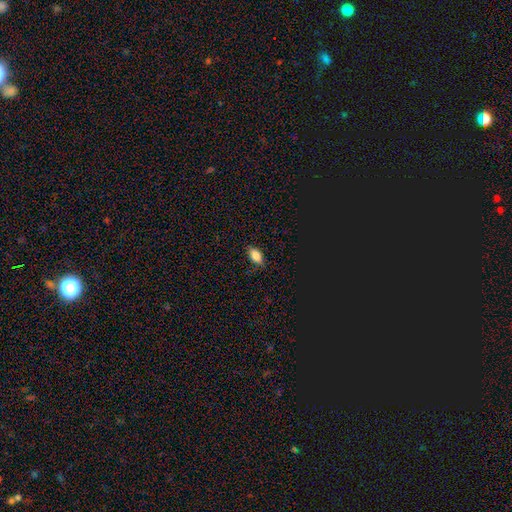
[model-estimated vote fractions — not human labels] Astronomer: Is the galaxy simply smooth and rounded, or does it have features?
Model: smooth — 83%.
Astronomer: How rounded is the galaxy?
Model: in between — 87%.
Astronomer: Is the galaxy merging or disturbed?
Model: none — 82%.